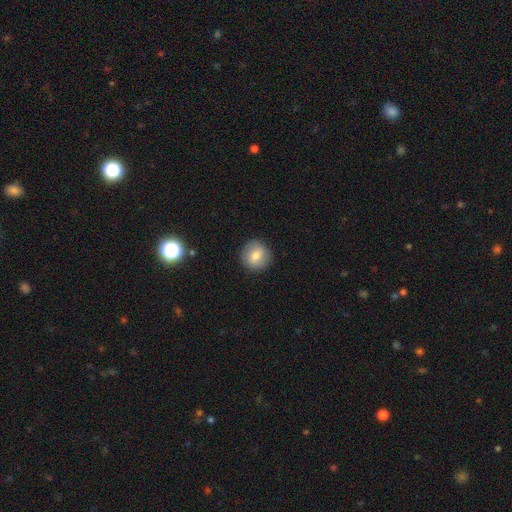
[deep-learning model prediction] A smooth galaxy with no disk features (74%) that is round (92%).

Vote fractions:
- Smooth or featured? smooth: 74% / featured or disk: 17% / star or artifact: 9%
- How rounded? round: 92% / in between: 7% / cigar-shaped: 1%
- Merging? none: 90% / minor disturbance: 7% / major disturbance: 2% / merger: 1%